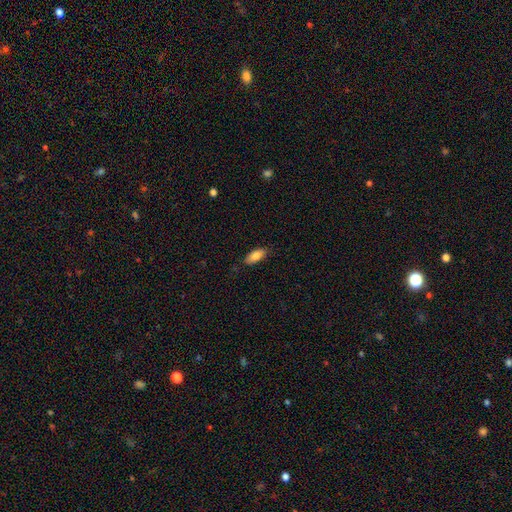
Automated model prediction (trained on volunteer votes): The model was most divided on "how rounded": in between: 82%, cigar-shaped: 16%, round: 2%. More confident: smooth or featured — smooth (85%); merging — none (81%).